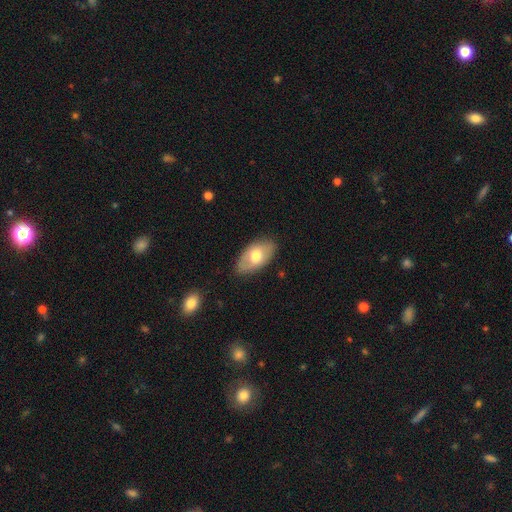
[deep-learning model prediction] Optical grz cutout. It shows a smooth galaxy with no disk features (64%) that is in between round and cigar-shaped (93%). Merging: none (82%).